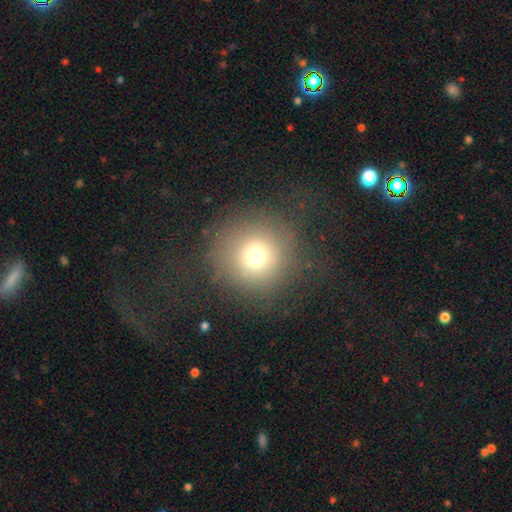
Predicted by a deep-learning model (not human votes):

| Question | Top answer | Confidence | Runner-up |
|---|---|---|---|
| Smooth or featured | smooth | 71% | star or artifact (18%) |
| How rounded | round | 95% | in between (4%) |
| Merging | none | 79% | minor disturbance (10%) |